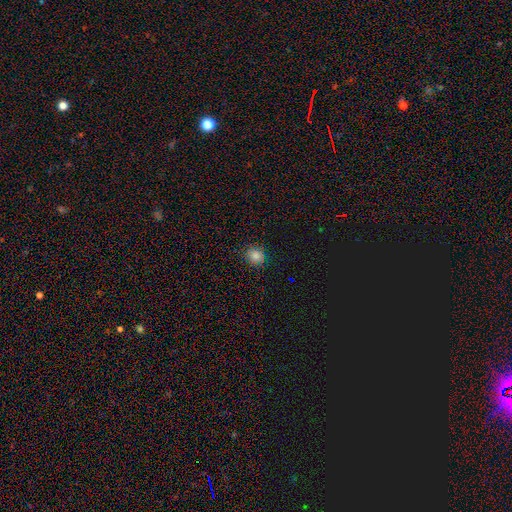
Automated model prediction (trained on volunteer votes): The model was most divided on "smooth or featured": smooth: 80%, star or artifact: 15%, featured or disk: 4%. More confident: merging — none (87%); how rounded — round (87%).